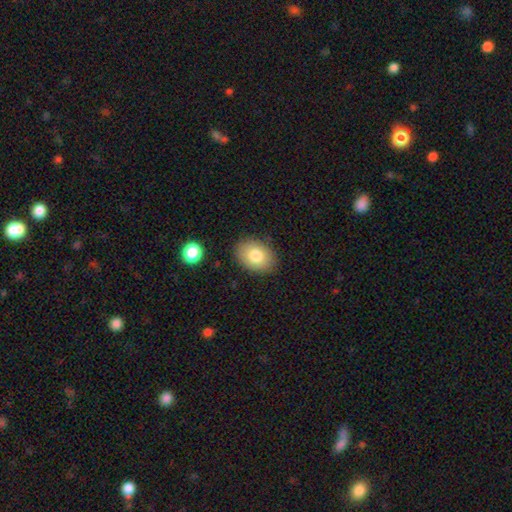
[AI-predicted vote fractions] smooth 81%, featured or disk 11%, star or artifact 8%. Down the decision tree: how rounded — in between (77%); merging — none (86%).